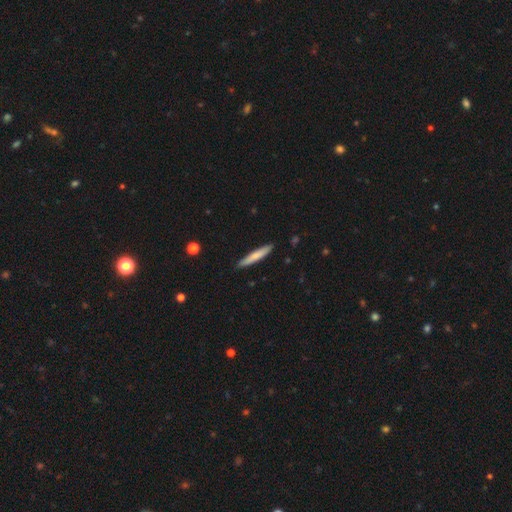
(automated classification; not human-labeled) Smooth or featured? Predicted: smooth (p=0.72). How rounded? Predicted: cigar-shaped (p=0.92). Merging? Predicted: none (p=0.89).